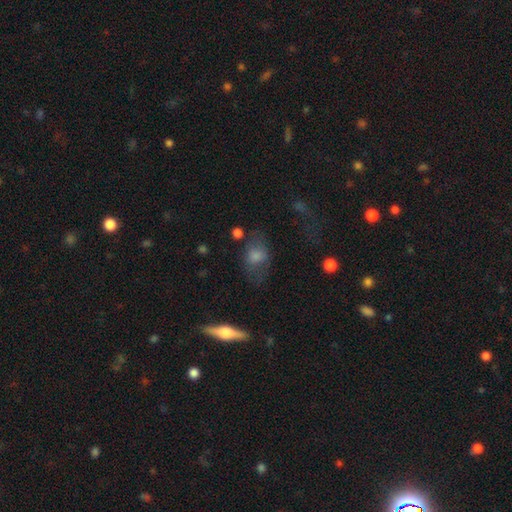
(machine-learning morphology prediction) Overall: smooth (55%; featured or disk 29%). How rounded: in between (69%). Merging: none (58%; minor disturbance 21%).